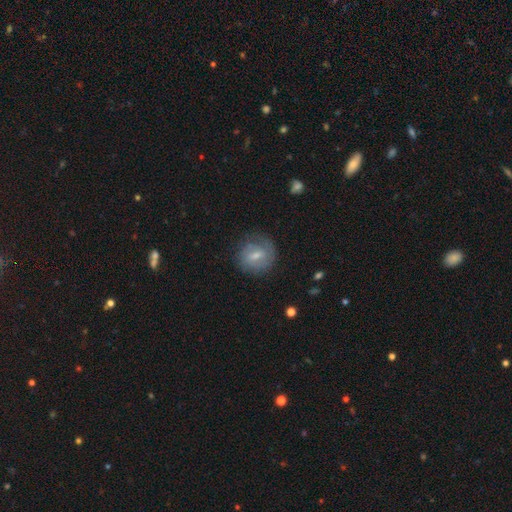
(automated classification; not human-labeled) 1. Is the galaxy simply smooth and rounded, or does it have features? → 49% smooth, 43% featured or disk, 8% star or artifact.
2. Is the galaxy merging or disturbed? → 71% none, 20% minor disturbance, 8% major disturbance, 2% merger.